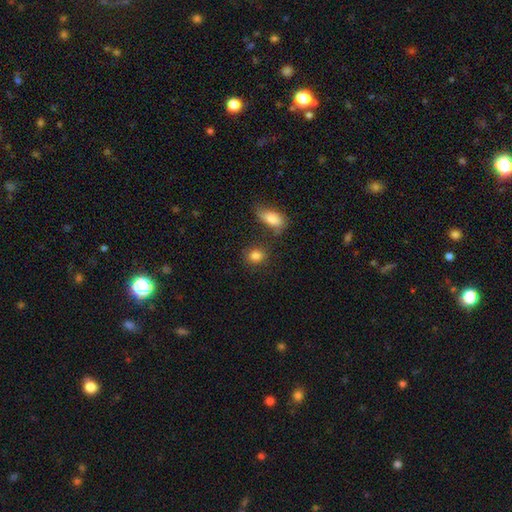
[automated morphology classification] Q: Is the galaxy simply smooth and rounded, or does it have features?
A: smooth — 84%.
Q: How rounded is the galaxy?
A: round — 66%.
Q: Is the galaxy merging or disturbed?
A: none — 74%.